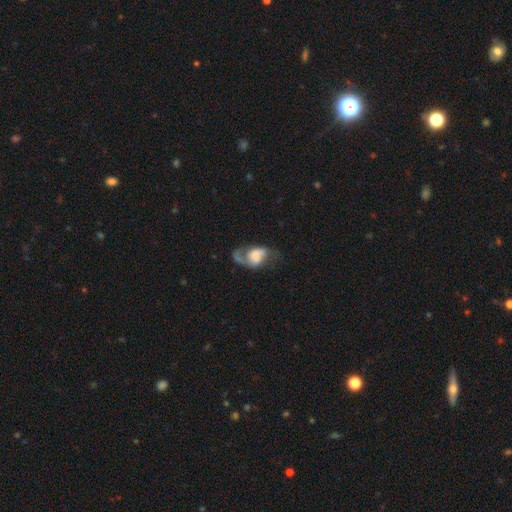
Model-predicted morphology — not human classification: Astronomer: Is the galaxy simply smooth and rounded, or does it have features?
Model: featured or disk — 68%.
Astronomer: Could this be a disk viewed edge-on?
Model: no — 97%.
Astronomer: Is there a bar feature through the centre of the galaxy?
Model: no — 52% (runner-up: weak, 37%).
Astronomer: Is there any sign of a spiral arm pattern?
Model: yes — 87%.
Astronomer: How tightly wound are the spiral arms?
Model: loose — 53% (runner-up: medium, 36%).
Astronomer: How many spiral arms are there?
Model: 2 — 67%.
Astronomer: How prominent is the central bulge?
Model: large — 26% (runner-up: moderate, 25%).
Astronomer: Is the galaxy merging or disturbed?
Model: none — 42% (runner-up: major disturbance, 32%).